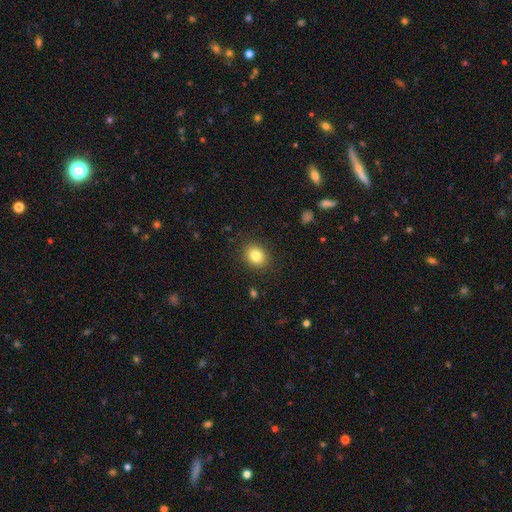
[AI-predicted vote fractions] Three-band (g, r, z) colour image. It shows a smooth galaxy with no disk features (82%) that is round (63%). Merging: none (89%).